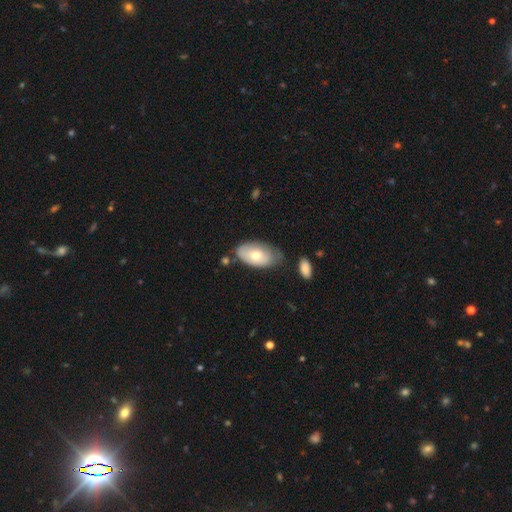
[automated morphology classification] Smooth or featured: smooth — 63% (featured or disk — 31%)
How rounded: in between — 93% (round — 5%)
Merging: none — 51% (minor disturbance — 33%)